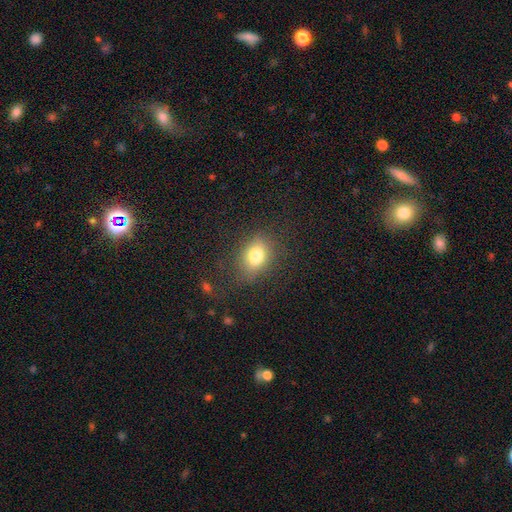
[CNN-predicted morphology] Q: Smooth or featured?
A: smooth (77%); runner-up: star or artifact (12%)
Q: How rounded?
A: in between (66%); runner-up: round (32%)
Q: Merging?
A: none (77%); runner-up: minor disturbance (14%)